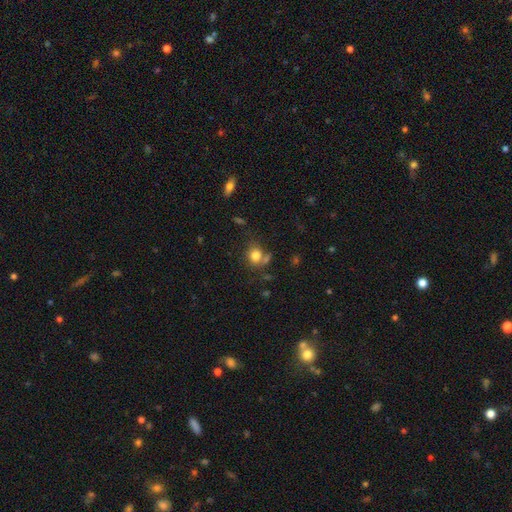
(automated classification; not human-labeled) Smooth or featured: smooth — 79% (star or artifact — 11%)
How rounded: round — 67% (in between — 32%)
Merging: none — 57% (merger — 18%)